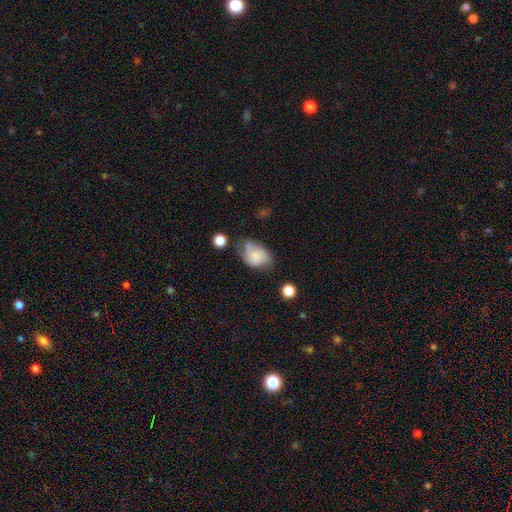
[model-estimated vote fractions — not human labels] This is possibly a smooth galaxy (57%). How rounded: likely in between (78%). Merging: marginally none (38%).